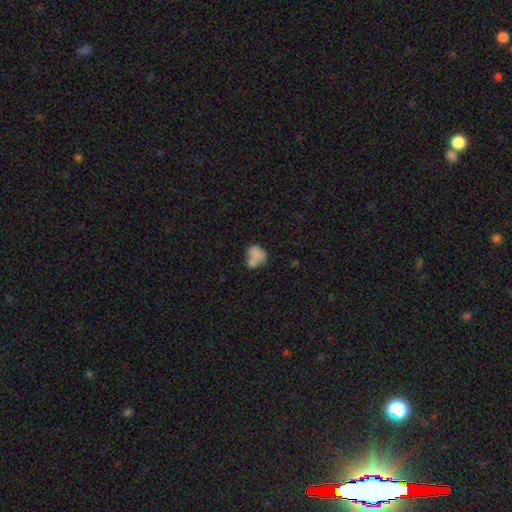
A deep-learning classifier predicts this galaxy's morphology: Overall: smooth (76%). How rounded: in between (62%; round 36%). Merging: merger (49%; none 28%).